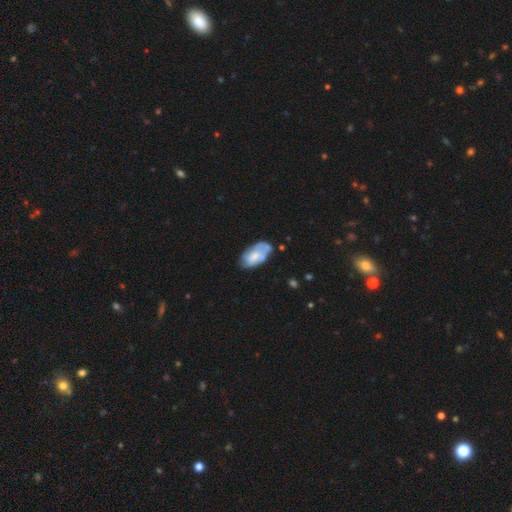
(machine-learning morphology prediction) Smooth or featured: smooth — 52% (featured or disk — 42%)
How rounded: in between — 94% (round — 3%)
Merging: none — 53% (minor disturbance — 31%)